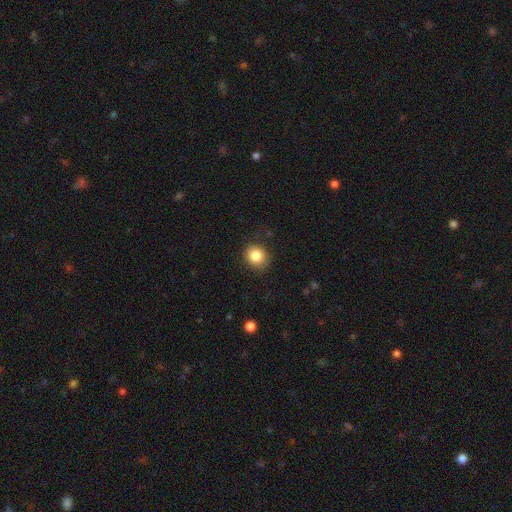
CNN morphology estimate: Smooth or featured? smooth (84%)
How rounded? round (79%)
Merging? none (86%)